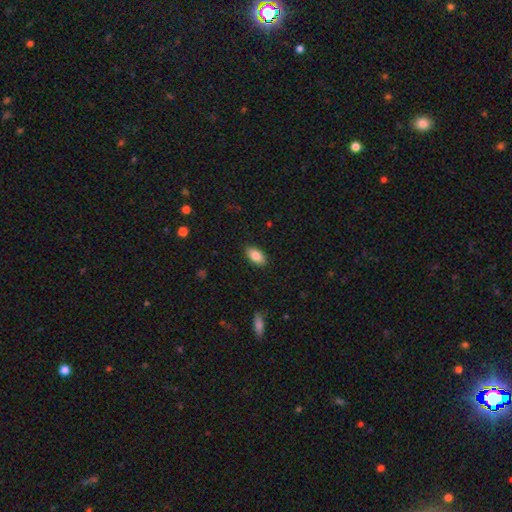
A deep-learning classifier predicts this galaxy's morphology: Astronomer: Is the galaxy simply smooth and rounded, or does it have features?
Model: smooth — 85%.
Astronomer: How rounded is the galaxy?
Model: in between — 93%.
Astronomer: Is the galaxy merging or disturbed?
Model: none — 88%.